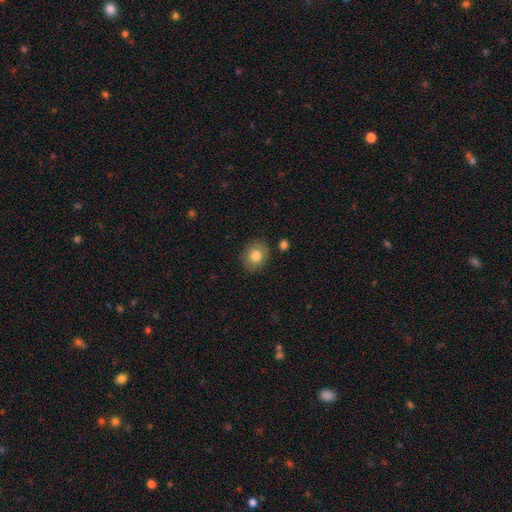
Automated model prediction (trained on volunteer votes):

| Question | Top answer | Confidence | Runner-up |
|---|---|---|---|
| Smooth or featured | smooth | 80% | featured or disk (12%) |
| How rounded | round | 54% | in between (45%) |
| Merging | none | 85% | minor disturbance (10%) |